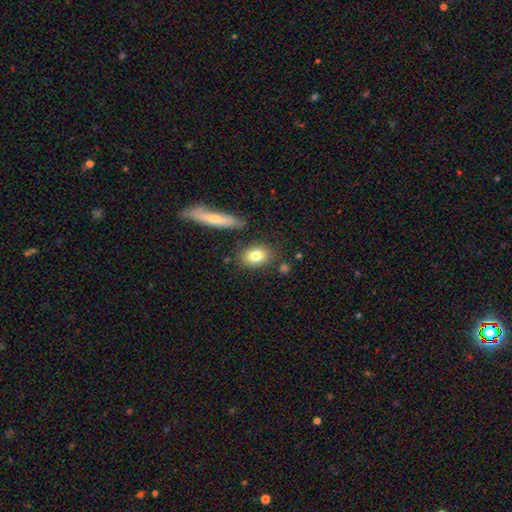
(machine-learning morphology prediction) Smooth or featured: smooth — 79% (featured or disk — 13%)
How rounded: in between — 68% (round — 28%)
Merging: none — 79% (minor disturbance — 12%)